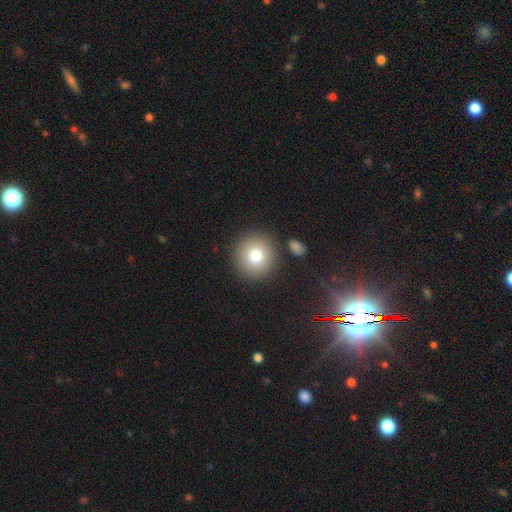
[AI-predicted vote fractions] smooth 78%, featured or disk 11%, star or artifact 11%. Down the decision tree: how rounded — round (93%); merging — none (87%).